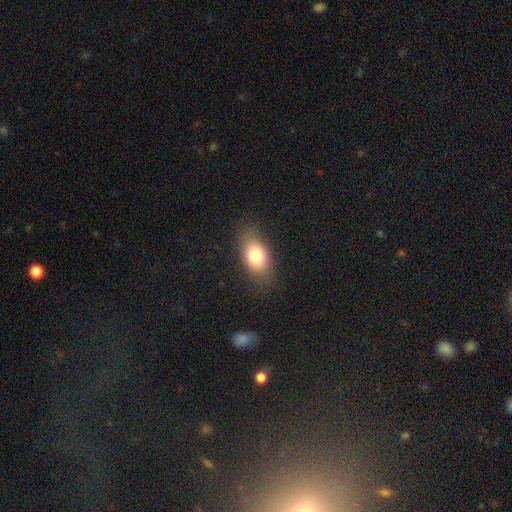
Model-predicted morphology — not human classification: Smooth or featured? Predicted: smooth (p=0.76). How rounded? Predicted: in between (p=0.84). Merging? Predicted: none (p=0.79).